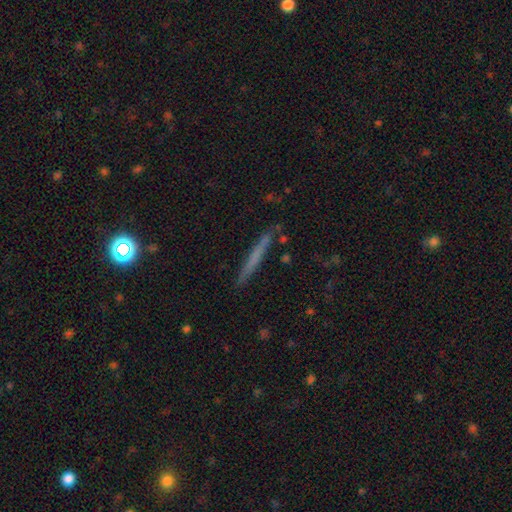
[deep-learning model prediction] A smooth galaxy with no disk features (53%) that is cigar-shaped (95%).

Vote fractions:
- Smooth or featured? smooth: 53% / featured or disk: 39% / star or artifact: 8%
- How rounded? cigar-shaped: 95% / in between: 3% / round: 2%
- Merging? none: 88% / minor disturbance: 9% / major disturbance: 2% / merger: 2%